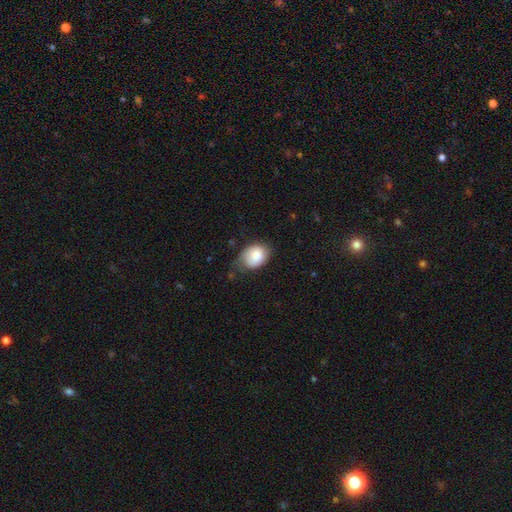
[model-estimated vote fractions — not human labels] Smooth or featured?
  - smooth: 80% *
  - featured or disk: 13%
  - star or artifact: 7%
How rounded?
  - in between: 64% *
  - round: 35%
  - cigar-shaped: 1%
Merging?
  - none: 47% *
  - minor disturbance: 38%
  - major disturbance: 13%
  - merger: 2%